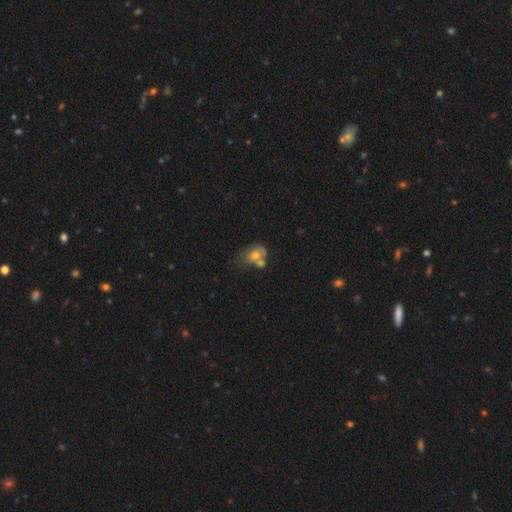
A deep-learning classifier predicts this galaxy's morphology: smooth 62%, featured or disk 28%, star or artifact 9%. Down the decision tree: how rounded — in between (61%); merging — merger (47%).